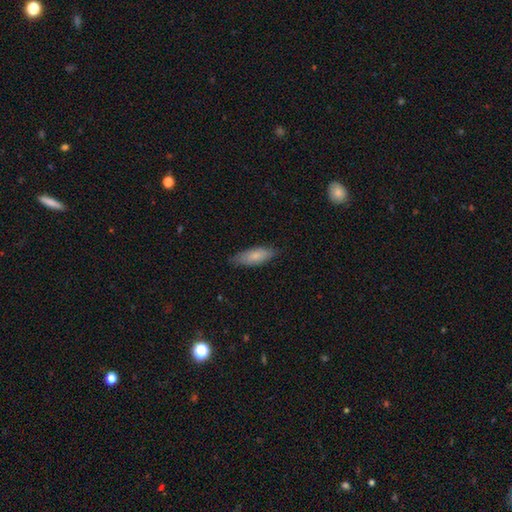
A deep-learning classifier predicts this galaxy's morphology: Smooth or featured? smooth (77%)
How rounded? in between (68%)
Merging? none (77%)